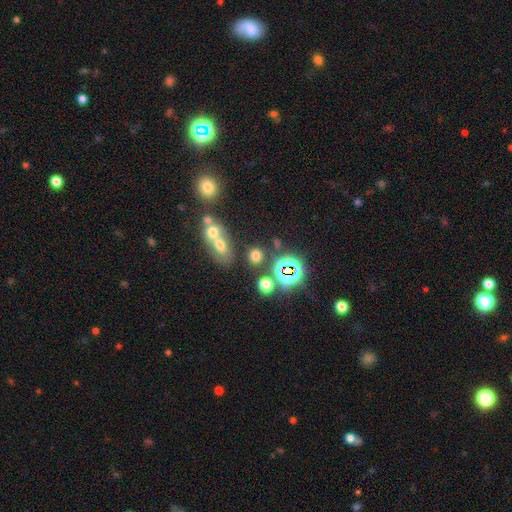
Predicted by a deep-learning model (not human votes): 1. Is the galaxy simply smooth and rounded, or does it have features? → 61% smooth, 29% star or artifact, 10% featured or disk.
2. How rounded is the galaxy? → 64% round, 33% in between, 2% cigar-shaped.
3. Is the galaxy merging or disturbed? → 62% none, 23% merger, 10% minor disturbance, 5% major disturbance.